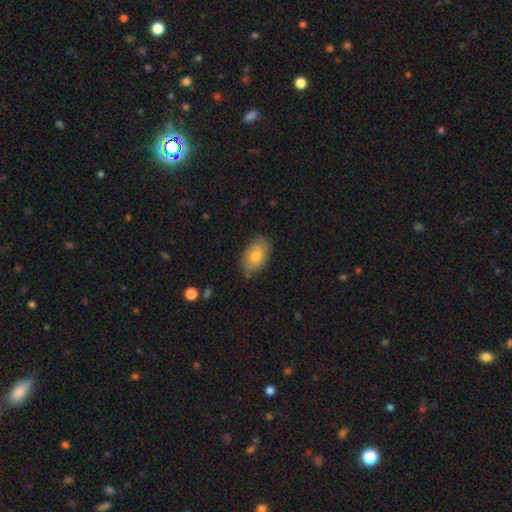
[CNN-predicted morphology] Smooth or featured?
  - smooth: 72% *
  - featured or disk: 21%
  - star or artifact: 7%
How rounded?
  - in between: 91% *
  - round: 7%
  - cigar-shaped: 2%
Merging?
  - none: 75% *
  - minor disturbance: 20%
  - major disturbance: 4%
  - merger: 1%